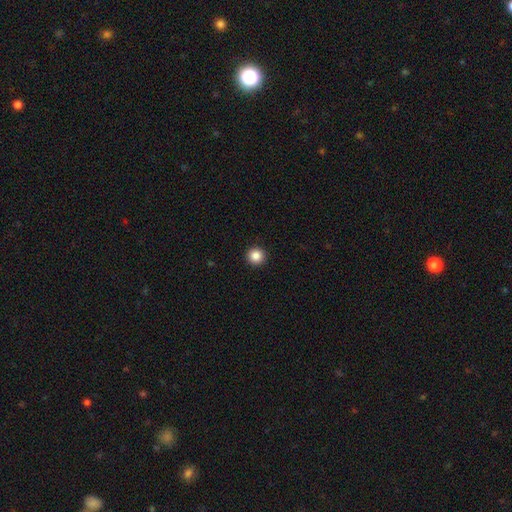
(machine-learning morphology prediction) A smooth galaxy with no disk features (86%) that is round (95%).

Vote fractions:
- Smooth or featured? smooth: 86% / star or artifact: 10% / featured or disk: 4%
- How rounded? round: 95% / in between: 4% / cigar-shaped: 1%
- Merging? none: 94% / minor disturbance: 4% / major disturbance: 1% / merger: 1%